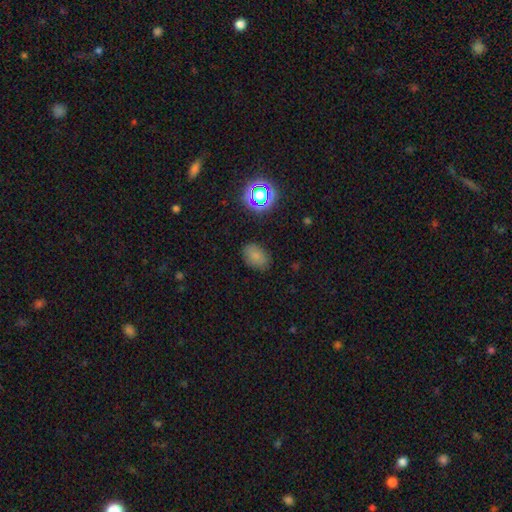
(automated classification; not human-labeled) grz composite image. It shows a smooth galaxy with no disk features (77%) that is in between round and cigar-shaped (81%). Merging: none (83%).